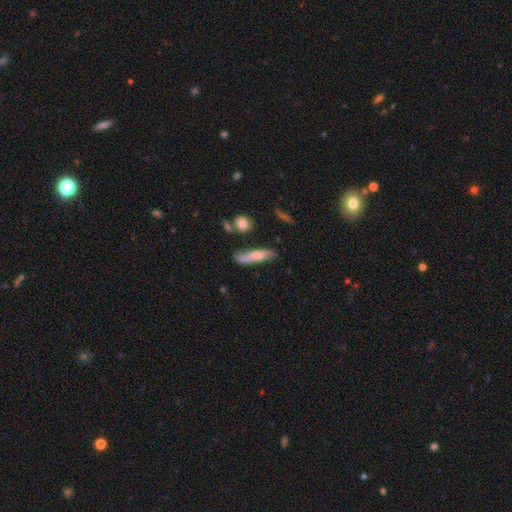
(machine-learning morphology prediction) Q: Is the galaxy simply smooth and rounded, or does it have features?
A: smooth — 57%.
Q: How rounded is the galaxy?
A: cigar-shaped — 69%.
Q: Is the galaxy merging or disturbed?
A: none — 61%.